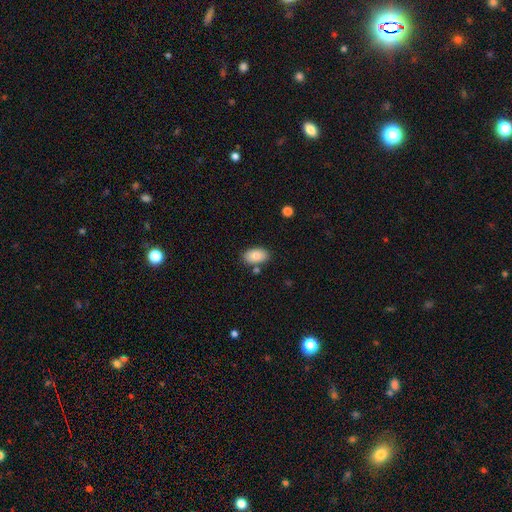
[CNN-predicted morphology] smooth 87%, star or artifact 7%, featured or disk 6%. Down the decision tree: how rounded — in between (93%); merging — none (80%).